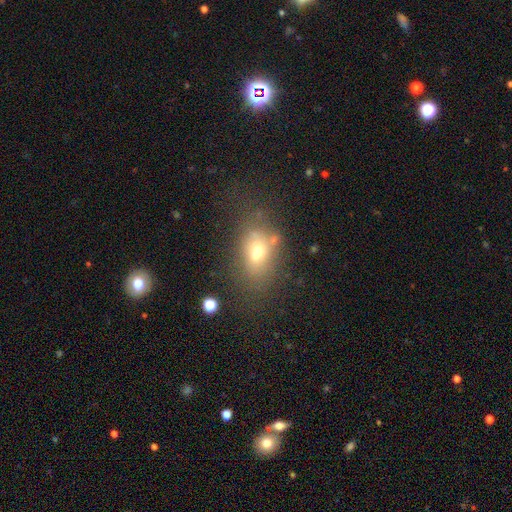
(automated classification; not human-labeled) The model was most divided on "merging": none: 45%, minor disturbance: 21%, merger: 19%, major disturbance: 15%. More confident: how rounded — in between (76%); smooth or featured — smooth (63%).